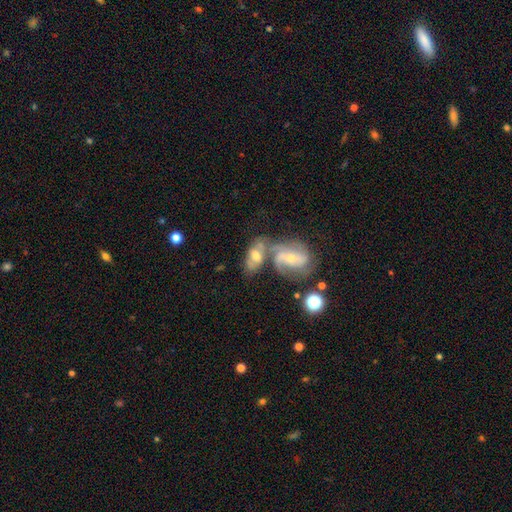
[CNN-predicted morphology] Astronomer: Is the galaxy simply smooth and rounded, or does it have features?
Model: featured or disk — 57% (runner-up: smooth, 35%).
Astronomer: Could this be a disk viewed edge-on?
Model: no — 94%.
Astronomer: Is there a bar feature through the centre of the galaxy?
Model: no — 53% (runner-up: weak, 35%).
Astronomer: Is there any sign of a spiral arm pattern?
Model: yes — 77%.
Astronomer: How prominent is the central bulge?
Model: moderate — 57% (runner-up: small, 33%).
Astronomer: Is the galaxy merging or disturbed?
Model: merger — 60%.